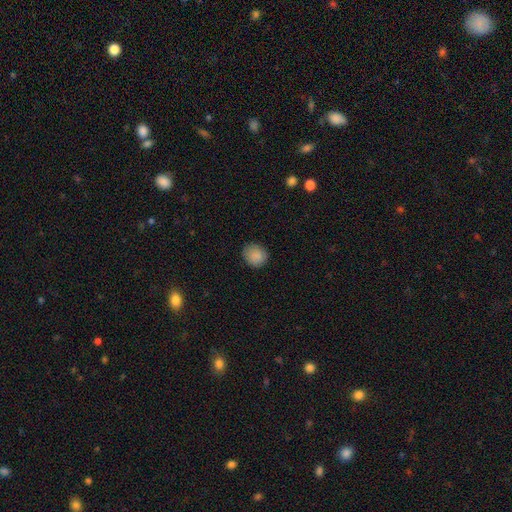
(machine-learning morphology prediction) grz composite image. It shows a smooth galaxy with no disk features (87%) that is round (76%). Merging: none (82%).